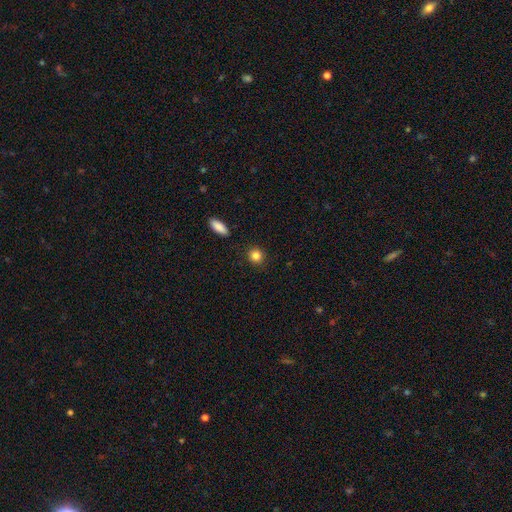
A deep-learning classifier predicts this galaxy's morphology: smooth-or-featured: smooth: 85% | star or artifact: 10% | featured or disk: 4%
  how-rounded: round: 86% | in between: 12% | cigar-shaped: 1%
  merging: none: 89% | minor disturbance: 7% | major disturbance: 2% | merger: 2%